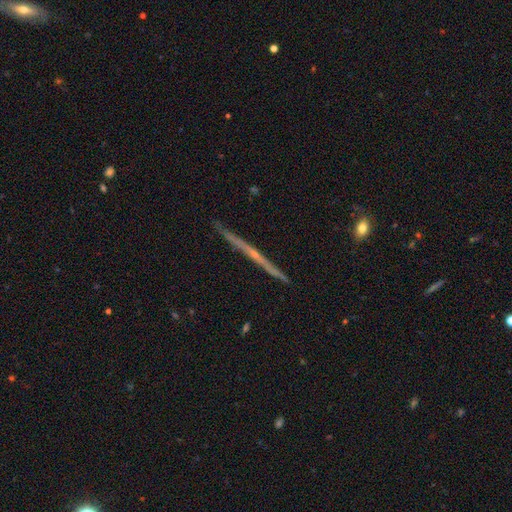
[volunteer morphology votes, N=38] Smooth or featured?
  - featured or disk: 74% *
  - smooth: 24%
  - star or artifact: 3%
Edge-on disk?
  - yes: 96% *
  - no: 4%
Edge-on bulge?
  - none: 59% *
  - rounded: 41%
  - boxy: 0%
Merging?
  - none: 81% *
  - minor disturbance: 16%
  - major disturbance: 3%
  - merger: 0%